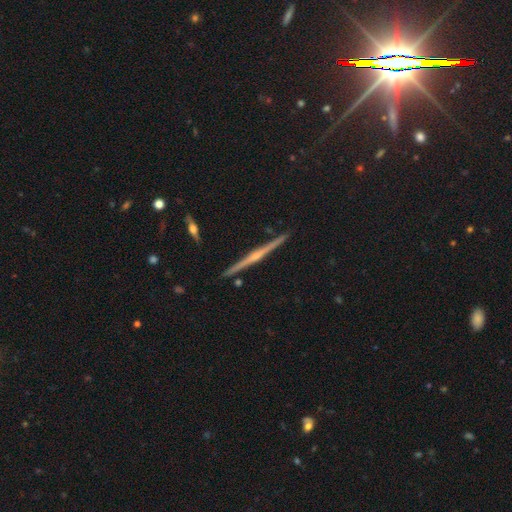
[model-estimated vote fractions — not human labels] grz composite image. It shows a featured or disk galaxy (84%) viewed edge-on (99%) with a rounded central bulge (74%). Merging: none (93%).